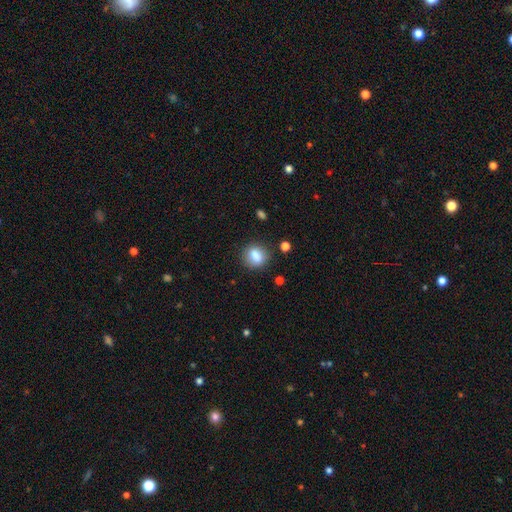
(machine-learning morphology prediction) A smooth galaxy with no disk features (83%) that is round (60%).

Vote fractions:
- Smooth or featured? smooth: 83% / star or artifact: 9% / featured or disk: 9%
- How rounded? round: 60% / in between: 38% / cigar-shaped: 2%
- Merging? none: 79% / minor disturbance: 13% / major disturbance: 4% / merger: 4%